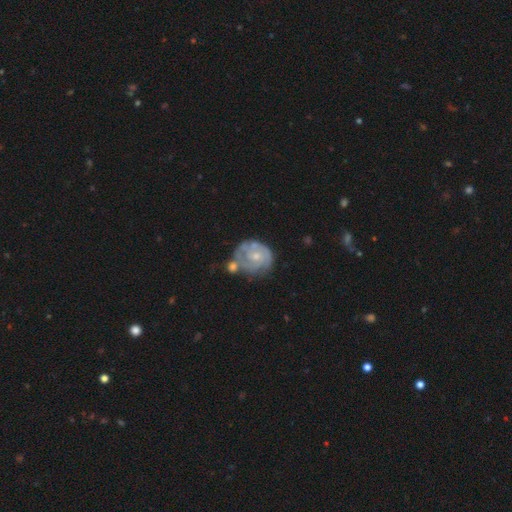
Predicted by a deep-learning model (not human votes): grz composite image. It shows a featured or disk galaxy (74%) with no bar (77%), tight (68%) spiral arms (78%) and a small central bulge (61%). Merging: none (39%).